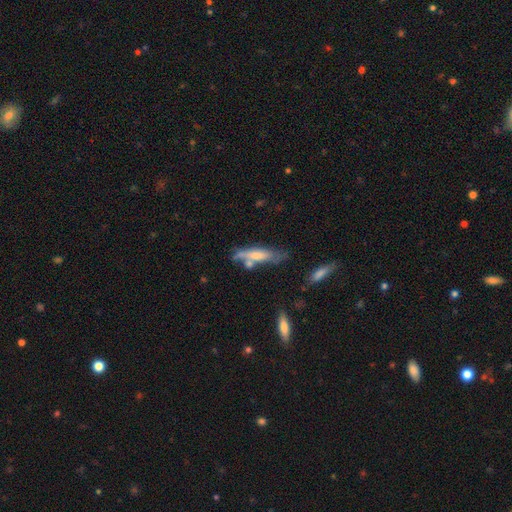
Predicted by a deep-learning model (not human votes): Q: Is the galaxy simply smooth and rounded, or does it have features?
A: smooth — 58%.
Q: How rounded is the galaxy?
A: cigar-shaped — 71%.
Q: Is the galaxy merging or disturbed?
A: none — 50%.